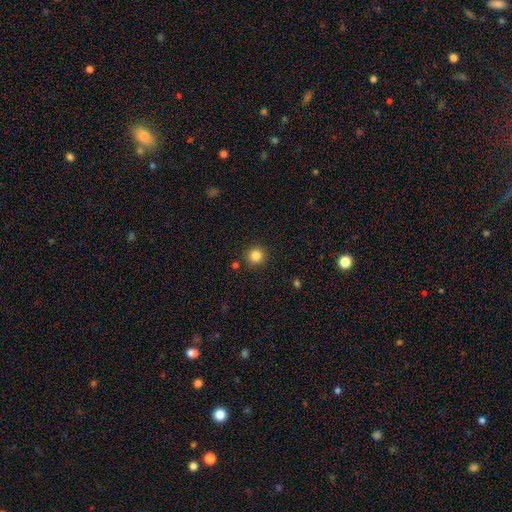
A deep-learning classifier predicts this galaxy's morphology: A smooth galaxy with no disk features (84%) that is round (94%).

Vote fractions:
- Smooth or featured? smooth: 84% / star or artifact: 12% / featured or disk: 5%
- How rounded? round: 94% / in between: 5% / cigar-shaped: 1%
- Merging? none: 91% / minor disturbance: 5% / merger: 2% / major disturbance: 2%